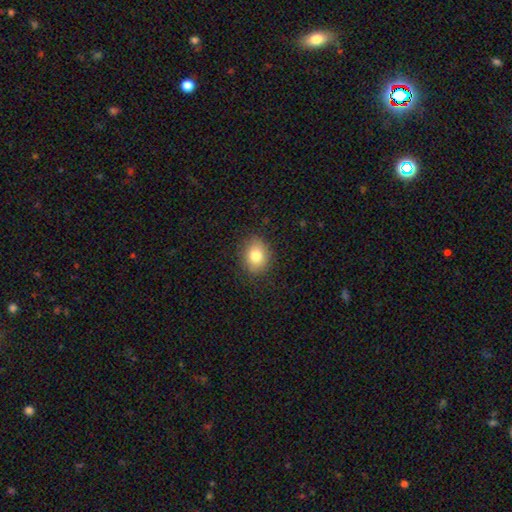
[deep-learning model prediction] Overall: smooth (80%). How rounded: in between (51%; round 48%). Merging: none (86%).